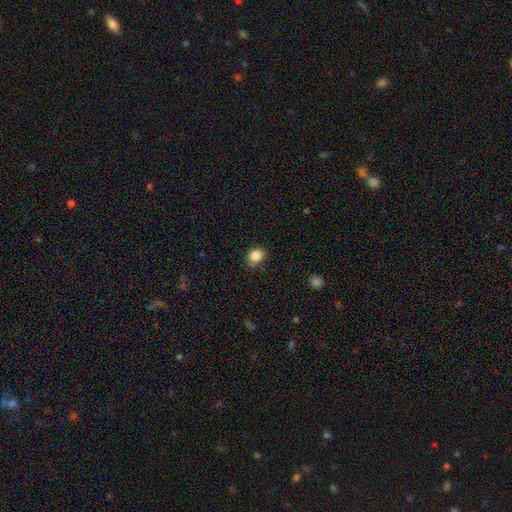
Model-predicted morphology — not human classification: Overall: smooth (85%). How rounded: round (60%; in between 39%). Merging: none (76%).